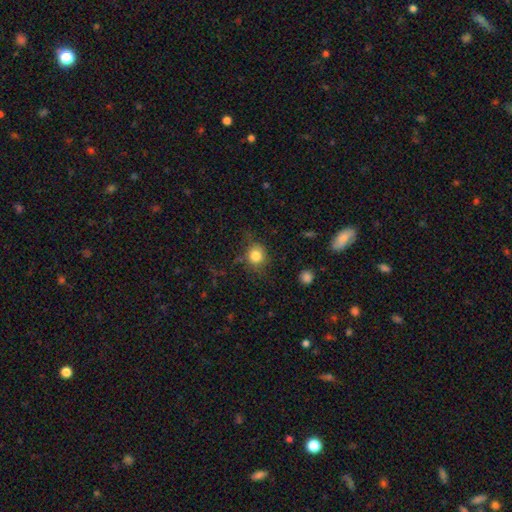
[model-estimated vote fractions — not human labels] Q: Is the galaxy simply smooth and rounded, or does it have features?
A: smooth — 82%.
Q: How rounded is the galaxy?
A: round — 82%.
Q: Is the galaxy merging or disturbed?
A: none — 73%.